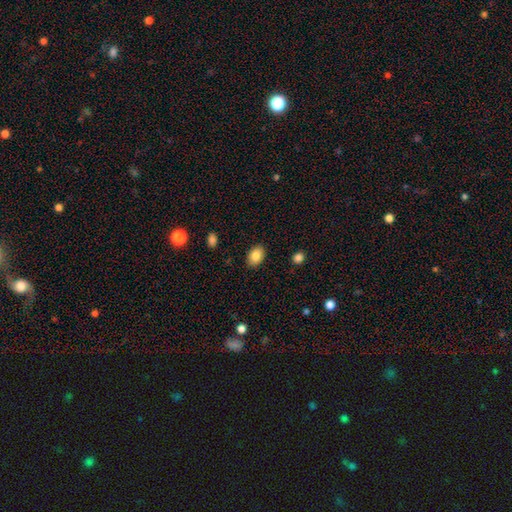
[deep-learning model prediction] Morphology: type=smooth (86%); roundness=in between (81%); merging=none (89%).